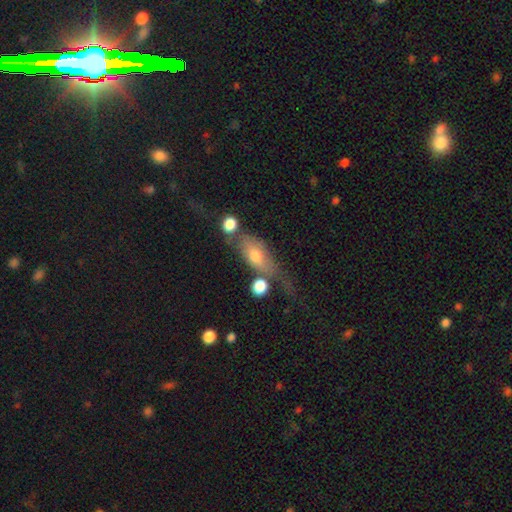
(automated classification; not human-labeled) smooth_or_featured: smooth (p=0.59) [alt: featured or disk p=0.32]
how_rounded: in between (p=0.75) [alt: cigar-shaped p=0.17]
merging: none (p=0.38) [alt: major disturbance p=0.22]